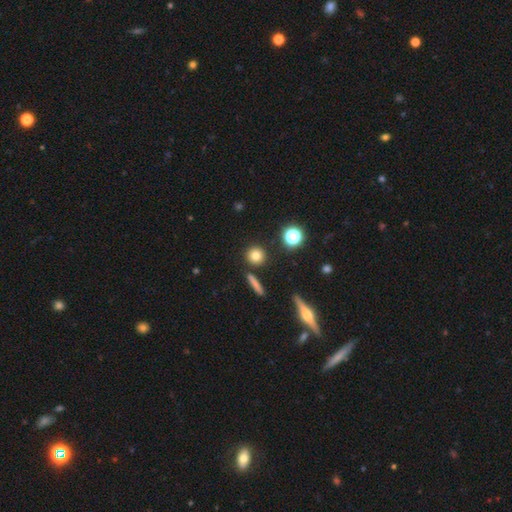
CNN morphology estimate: This appears to be a smooth galaxy with no disk features (78%) that is round (91%). Merging: none (87%).